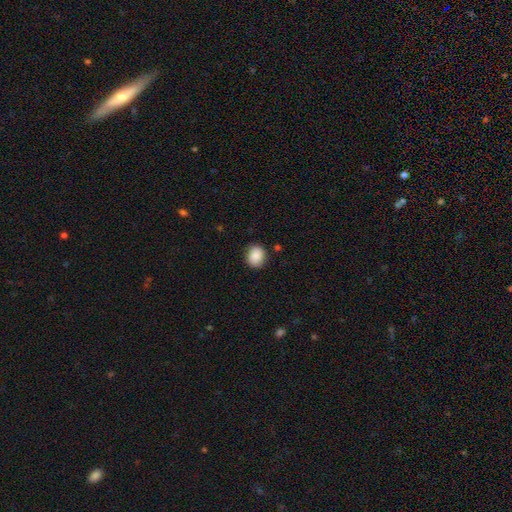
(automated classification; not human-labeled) smooth-or-featured: smooth: 89% | star or artifact: 8% | featured or disk: 4%
  how-rounded: round: 63% | in between: 36% | cigar-shaped: 1%
  merging: none: 84% | minor disturbance: 12% | major disturbance: 3% | merger: 1%